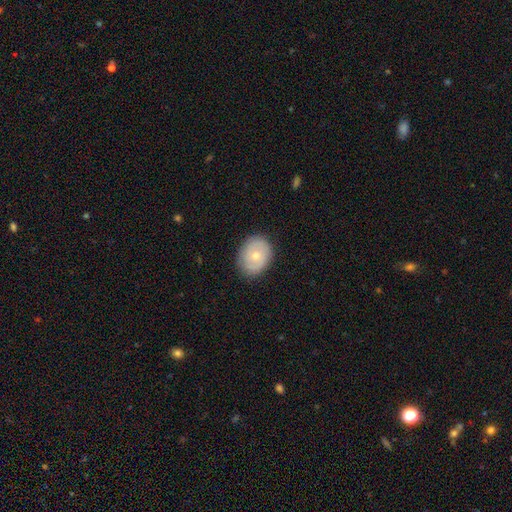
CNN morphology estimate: smooth-or-featured: smooth: 57% | featured or disk: 36% | star or artifact: 7%
  how-rounded: in between: 50% | round: 49% | cigar-shaped: 1%
  merging: none: 84% | minor disturbance: 12% | major disturbance: 3% | merger: 1%